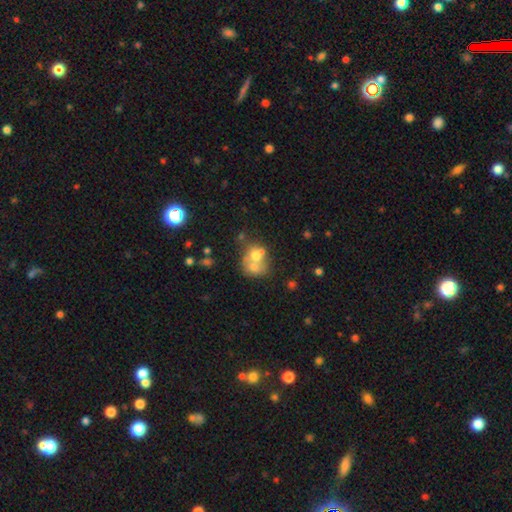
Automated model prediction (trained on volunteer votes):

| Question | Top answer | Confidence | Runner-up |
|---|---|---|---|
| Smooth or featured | smooth | 55% | featured or disk (31%) |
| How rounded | round | 62% | in between (37%) |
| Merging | merger | 61% | none (25%) |